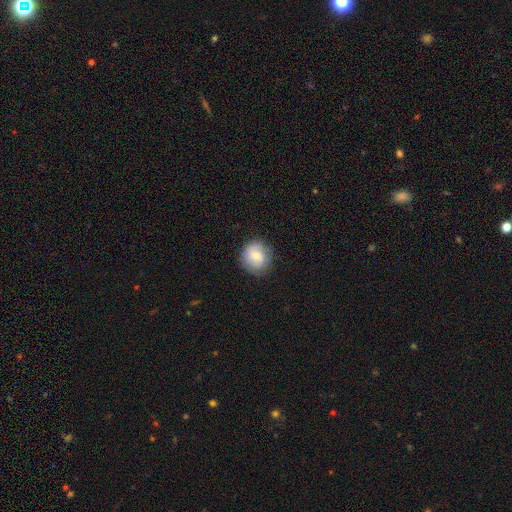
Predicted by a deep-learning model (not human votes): Overall: smooth (72%). How rounded: round (87%). Merging: none (83%).